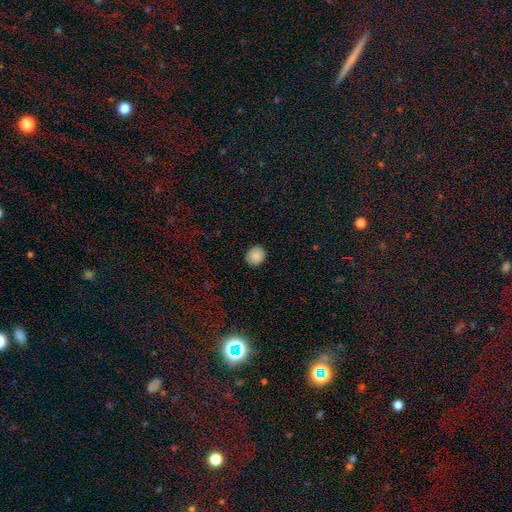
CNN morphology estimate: Overall: smooth (87%). How rounded: round (80%). Merging: none (88%).